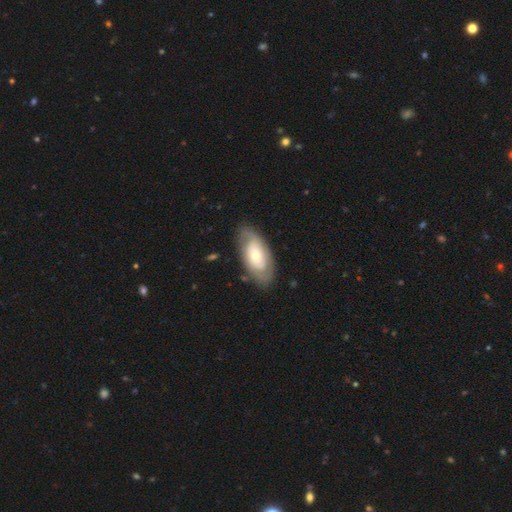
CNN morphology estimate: featured or disk 57%, smooth 38%, star or artifact 5%. Down the decision tree: edge-on disk — no (90%); bar — no (79%); spiral arms — yes (57%); bulge size — small (58%); merging — none (76%).